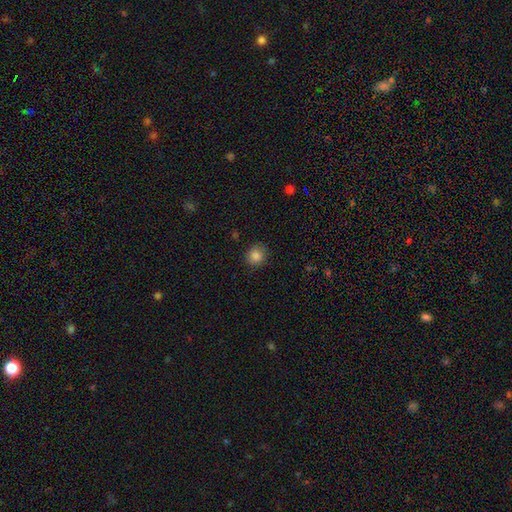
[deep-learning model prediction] This appears to be a smooth galaxy with no disk features (85%) that is round (82%). Merging: none (85%).